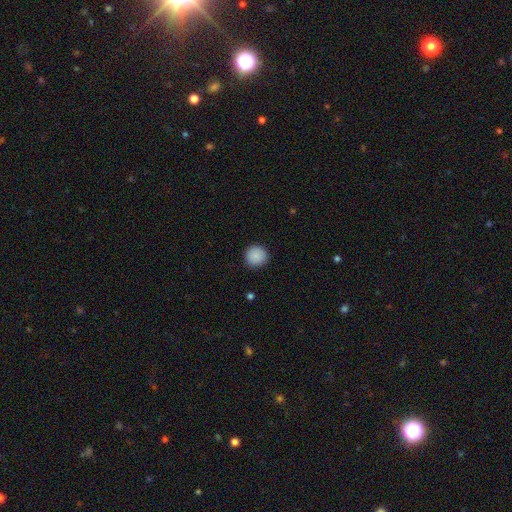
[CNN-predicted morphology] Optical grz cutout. It shows a smooth galaxy with no disk features (89%) that is round (94%). Merging: none (91%).